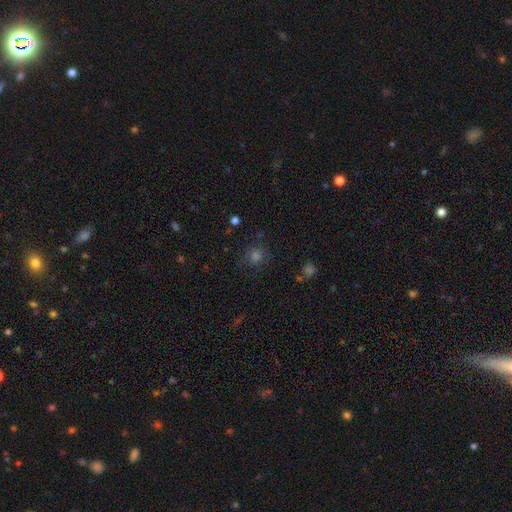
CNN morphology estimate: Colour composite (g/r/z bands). It shows a smooth galaxy with no disk features (63%) that is round (90%). Merging: none (82%).